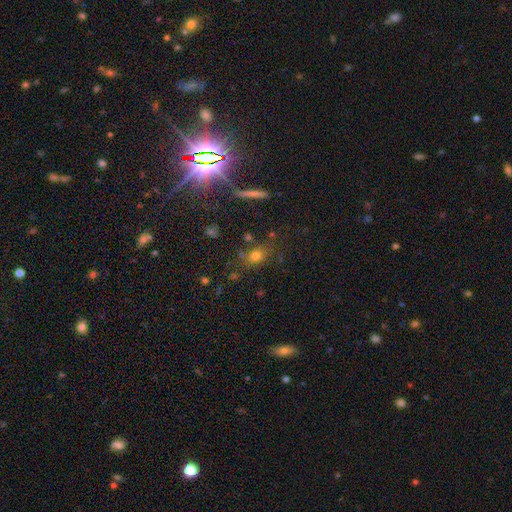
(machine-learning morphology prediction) Q: Smooth or featured?
A: smooth (71%); runner-up: star or artifact (18%)
Q: How rounded?
A: round (54%); runner-up: in between (42%)
Q: Merging?
A: none (72%); runner-up: minor disturbance (14%)